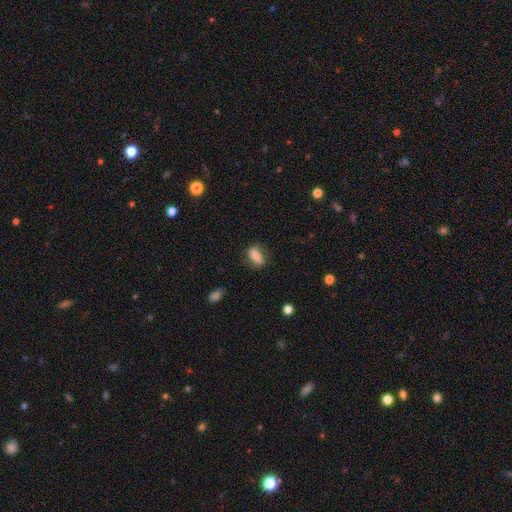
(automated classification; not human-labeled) Smooth or featured?
  - smooth: 63% *
  - featured or disk: 29%
  - star or artifact: 8%
How rounded?
  - in between: 75% *
  - cigar-shaped: 14%
  - round: 11%
Merging?
  - none: 76% *
  - minor disturbance: 17%
  - major disturbance: 5%
  - merger: 2%